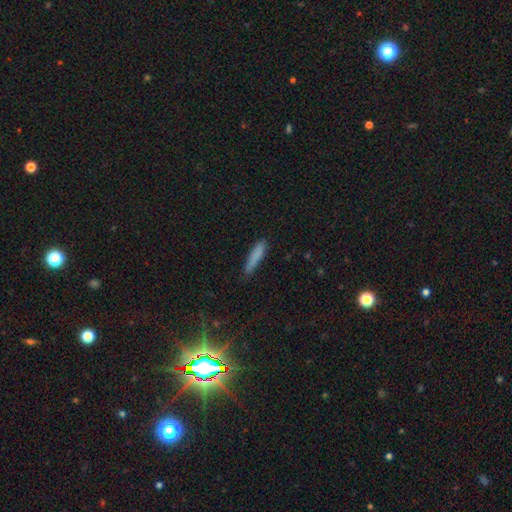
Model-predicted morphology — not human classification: This is clearly a smooth galaxy (82%). How rounded: clearly cigar-shaped (87%). Merging: likely none (77%).